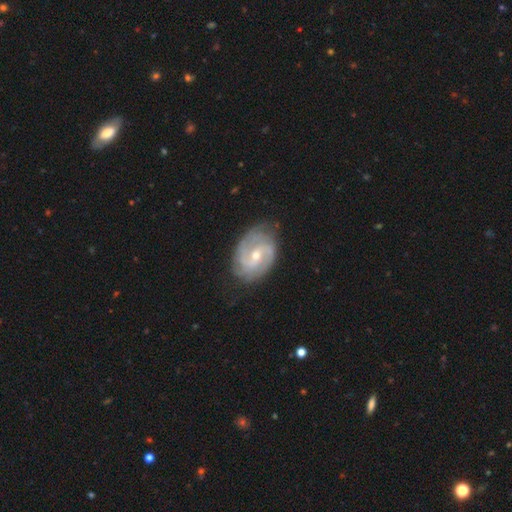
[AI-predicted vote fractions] smooth_or_featured: featured or disk (p=0.87) [alt: smooth p=0.08]
disk_edge_on: no (p=0.97) [alt: yes p=0.03]
bar: weak (p=0.52) [alt: no p=0.31]
has_spiral_arms: yes (p=0.96) [alt: no p=0.04]
spiral_winding: tight (p=0.45) [alt: medium p=0.43]
spiral_arm_count: 2 (p=0.65) [alt: can't tell p=0.13]
bulge_size: moderate (p=0.52) [alt: small p=0.45]
merging: none (p=0.77) [alt: minor disturbance p=0.17]